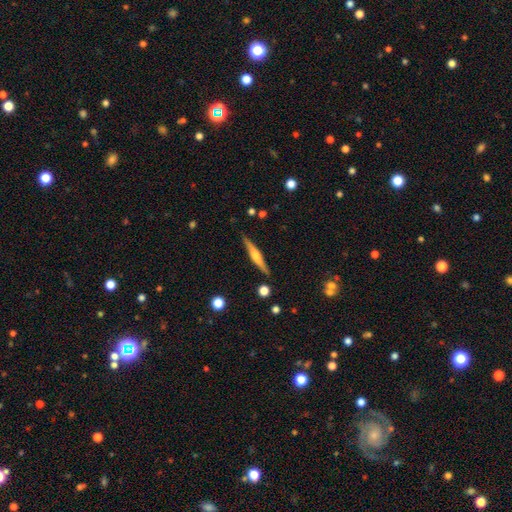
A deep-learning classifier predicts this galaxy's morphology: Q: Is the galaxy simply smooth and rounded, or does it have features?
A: featured or disk — 66%.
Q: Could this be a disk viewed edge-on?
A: yes — 97%.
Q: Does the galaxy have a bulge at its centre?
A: rounded — 82%.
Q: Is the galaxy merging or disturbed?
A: none — 89%.